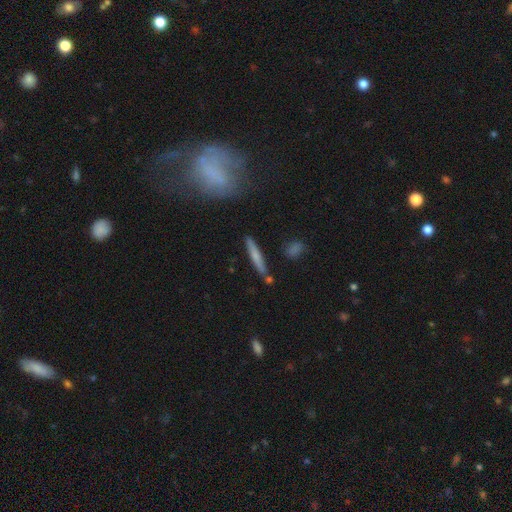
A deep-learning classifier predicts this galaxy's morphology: Smooth or featured? smooth (59%)
How rounded? cigar-shaped (92%)
Merging? none (83%)